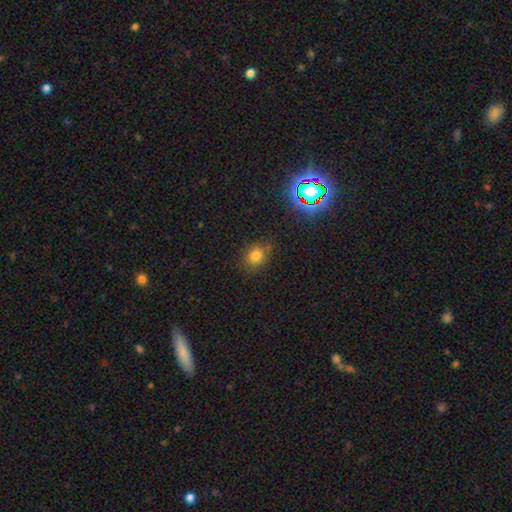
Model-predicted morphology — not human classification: This appears to be a smooth galaxy with no disk features (76%) that is round (70%). Merging: none (77%).